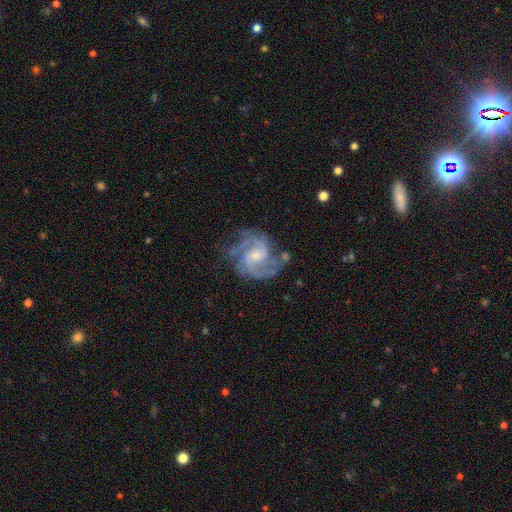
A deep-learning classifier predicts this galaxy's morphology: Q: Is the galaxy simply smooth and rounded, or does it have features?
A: featured or disk — 90%.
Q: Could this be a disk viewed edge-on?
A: no — 98%.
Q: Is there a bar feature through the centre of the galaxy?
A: no — 51%.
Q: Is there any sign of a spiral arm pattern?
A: yes — 98%.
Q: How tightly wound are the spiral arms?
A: medium — 54%.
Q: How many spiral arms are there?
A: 2 — 49%.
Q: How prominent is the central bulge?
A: small — 52%.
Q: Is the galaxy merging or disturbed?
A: none — 67%.